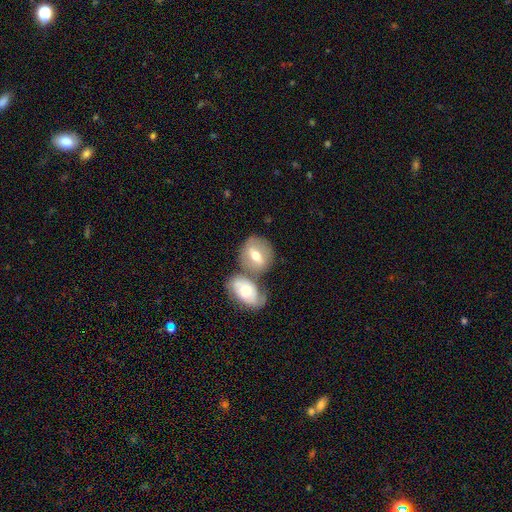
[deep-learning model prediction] smooth_or_featured: smooth (p=0.53) [alt: featured or disk p=0.40]
how_rounded: in between (p=0.51) [alt: round p=0.46]
merging: merger (p=0.43) [alt: none p=0.42]